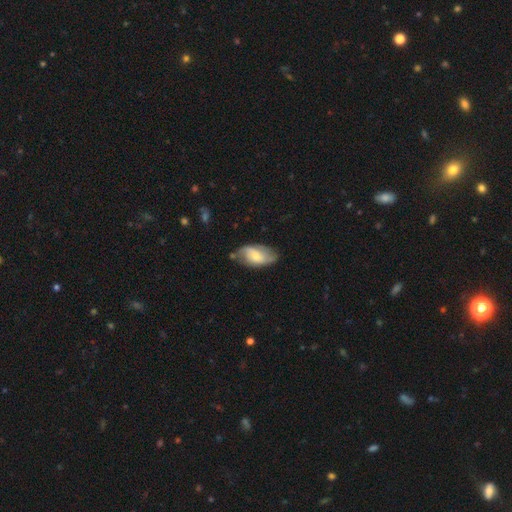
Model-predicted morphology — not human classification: Smooth or featured? Predicted: smooth (p=0.49). Merging? Predicted: none (p=0.60).